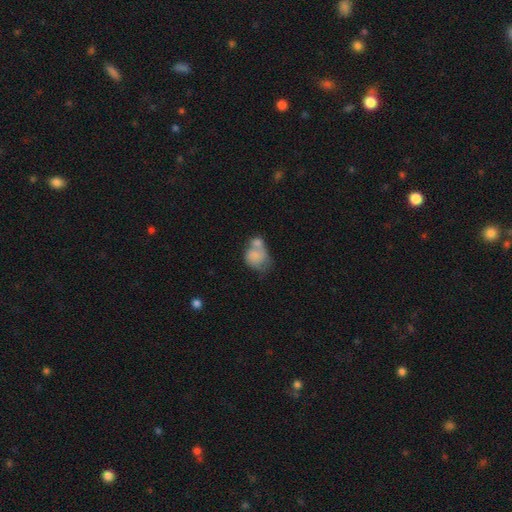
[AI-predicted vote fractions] smooth_or_featured: smooth (p=0.70) [alt: featured or disk p=0.22]
how_rounded: in between (p=0.55) [alt: round p=0.44]
merging: merger (p=0.57) [alt: none p=0.18]